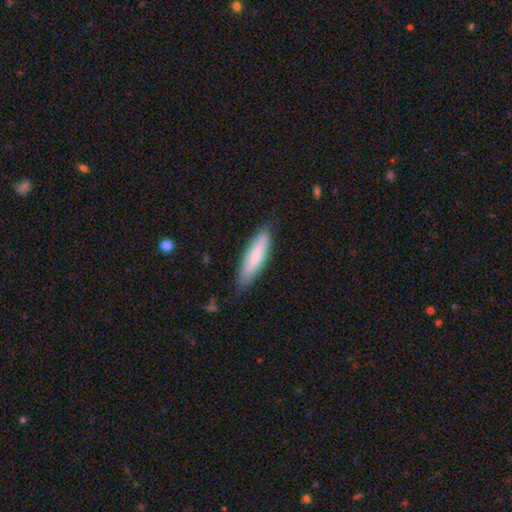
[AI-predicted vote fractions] Smooth or featured: smooth — 77% (featured or disk — 17%)
How rounded: cigar-shaped — 70% (in between — 28%)
Merging: none — 81% (minor disturbance — 15%)